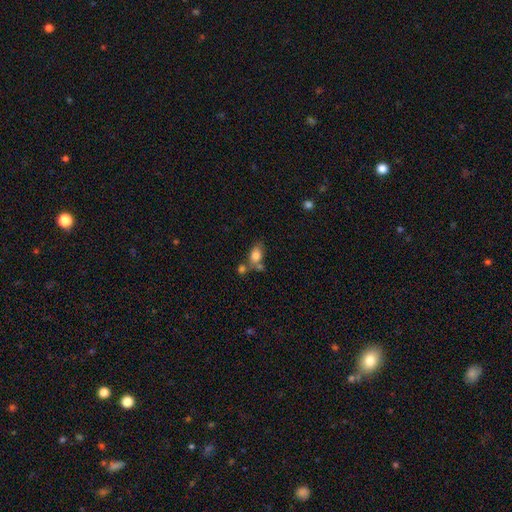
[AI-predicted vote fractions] Q: Smooth or featured?
A: smooth (80%); runner-up: featured or disk (11%)
Q: How rounded?
A: in between (79%); runner-up: round (18%)
Q: Merging?
A: none (45%); runner-up: merger (33%)